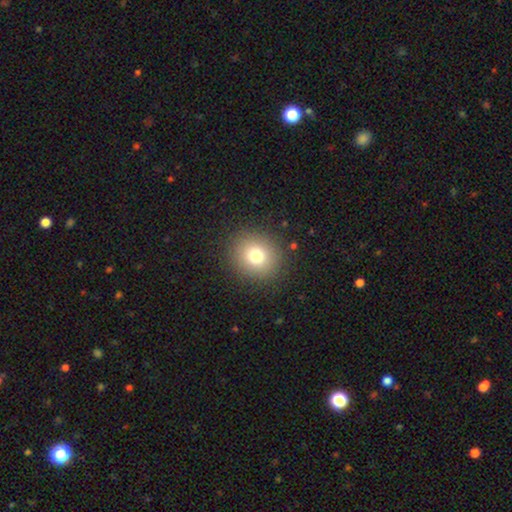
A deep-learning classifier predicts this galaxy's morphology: Smooth or featured: smooth — 76% (star or artifact — 14%)
How rounded: round — 86% (in between — 13%)
Merging: none — 89% (minor disturbance — 7%)